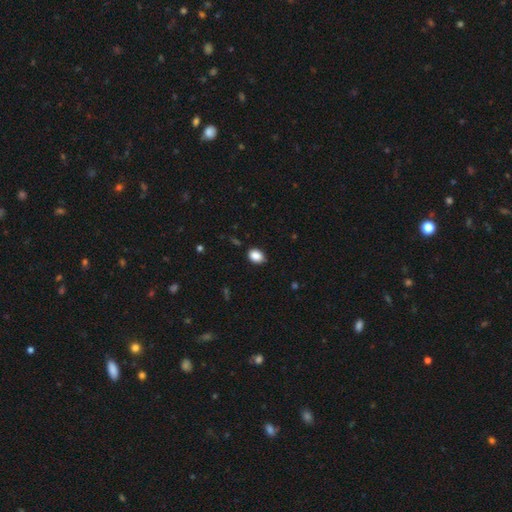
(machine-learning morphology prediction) Smooth or featured? Predicted: smooth (p=0.88). How rounded? Predicted: in between (p=0.70). Merging? Predicted: none (p=0.82).